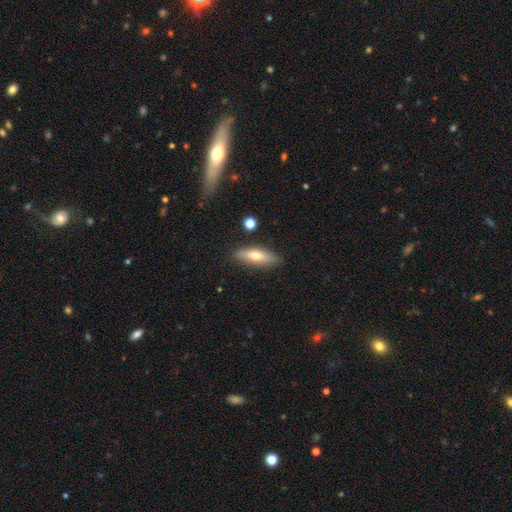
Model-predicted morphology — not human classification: smooth 56%, featured or disk 37%, star or artifact 7%. Down the decision tree: how rounded — cigar-shaped (57%); merging — none (86%).